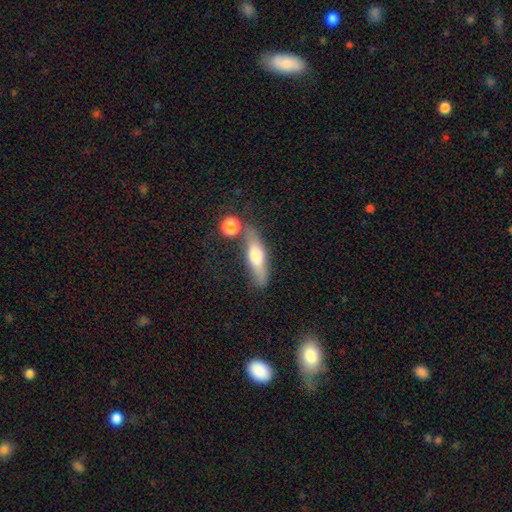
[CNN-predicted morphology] Smooth or featured? smooth (52%)
How rounded? cigar-shaped (64%)
Merging? none (65%)